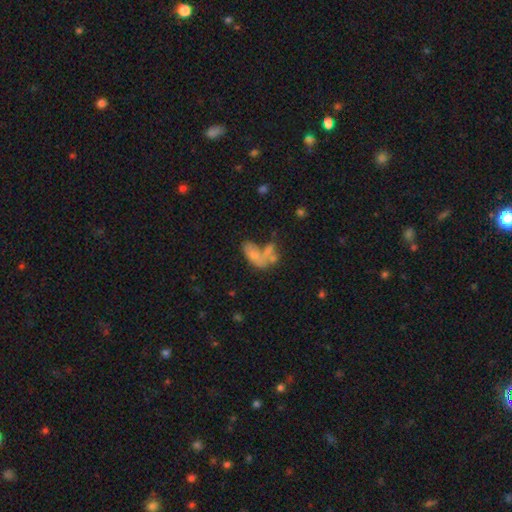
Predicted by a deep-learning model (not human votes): Smooth or featured? smooth (59%)
How rounded? in between (85%)
Merging? merger (47%)